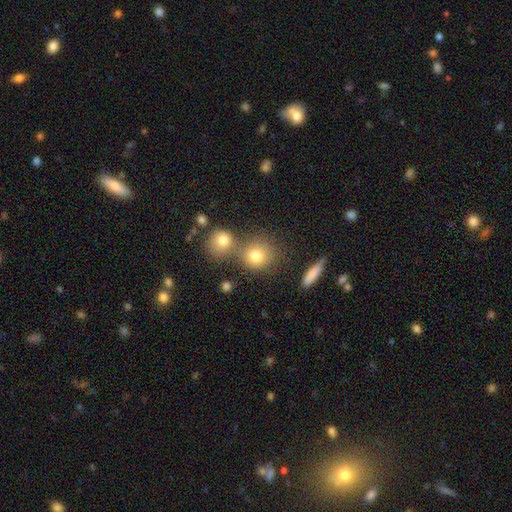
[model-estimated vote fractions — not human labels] Smooth or featured? smooth (79%)
How rounded? round (83%)
Merging? none (54%)